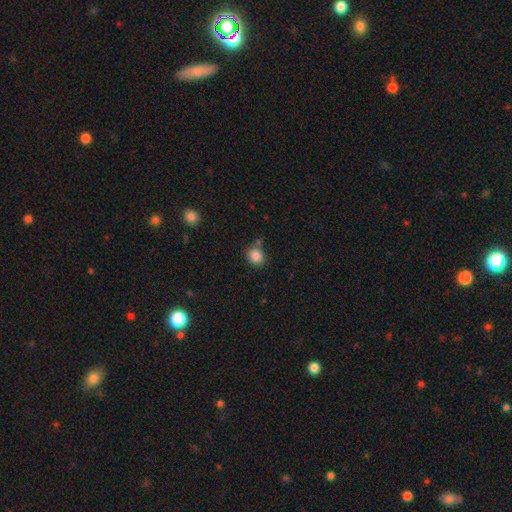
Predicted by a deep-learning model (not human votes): Morphology: type=smooth (85%); roundness=round (78%); merging=none (67%).